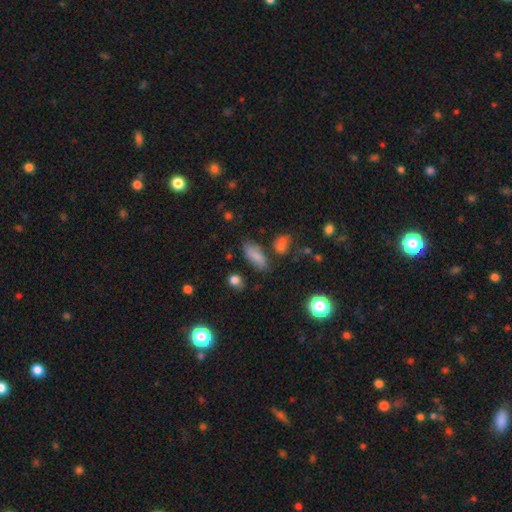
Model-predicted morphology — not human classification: A smooth galaxy with no disk features (77%) that is in between round and cigar-shaped (77%).

Vote fractions:
- Smooth or featured? smooth: 77% / featured or disk: 12% / star or artifact: 11%
- How rounded? in between: 77% / cigar-shaped: 18% / round: 5%
- Merging? none: 68% / minor disturbance: 19% / merger: 7% / major disturbance: 6%